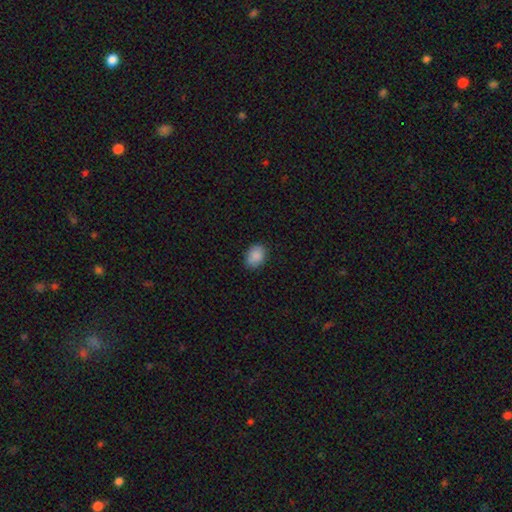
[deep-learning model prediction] Smooth or featured?
  - smooth: 88% *
  - star or artifact: 8%
  - featured or disk: 4%
How rounded?
  - in between: 72% *
  - round: 27%
  - cigar-shaped: 1%
Merging?
  - none: 84% *
  - minor disturbance: 12%
  - major disturbance: 2%
  - merger: 1%